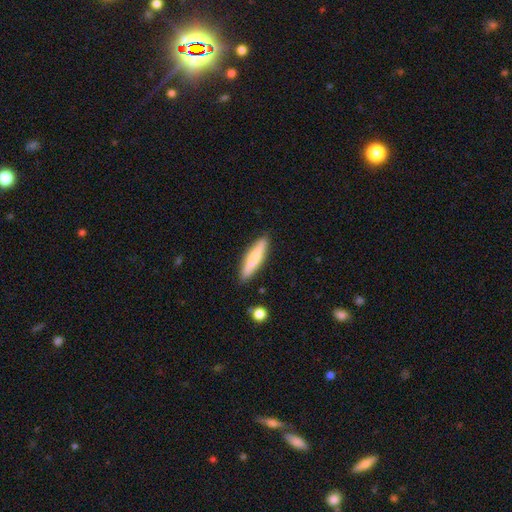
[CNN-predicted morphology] Smooth or featured: smooth — 69% (featured or disk — 25%)
How rounded: cigar-shaped — 85% (in between — 14%)
Merging: none — 88% (minor disturbance — 9%)